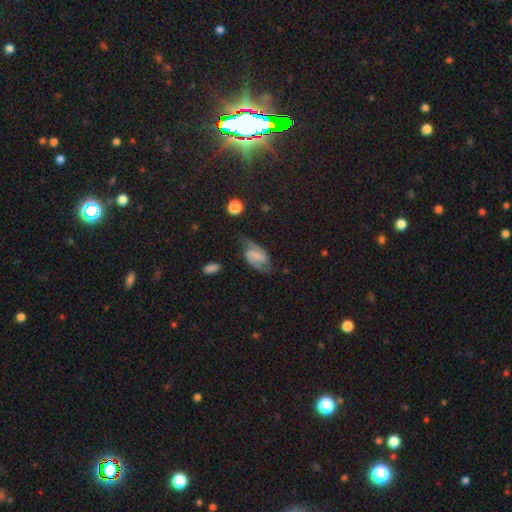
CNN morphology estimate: smooth-or-featured: featured or disk: 67% | smooth: 24% | star or artifact: 9%
  disk-edge-on: no: 96% | yes: 4%
    bar: weak: 44% | strong: 29% | no: 27%
    has-spiral-arms: yes: 92% | no: 8%
      spiral-winding: medium: 47% | loose: 32% | tight: 21%
      spiral-arm-count: 2: 88% | can't tell: 6% | 1: 3% | 3: 1% | 4: 1% | more than 4: 1%
    bulge-size: none: 53% | small: 25% | moderate: 13% | large: 7% | dominant: 2%
  merging: none: 64% | minor disturbance: 22% | major disturbance: 11% | merger: 2%